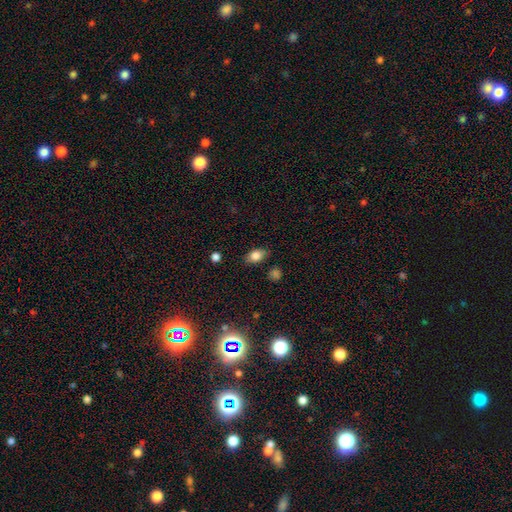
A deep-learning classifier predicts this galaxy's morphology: Smooth or featured: smooth — 81% (featured or disk — 9%)
How rounded: in between — 83% (round — 14%)
Merging: none — 81% (minor disturbance — 14%)